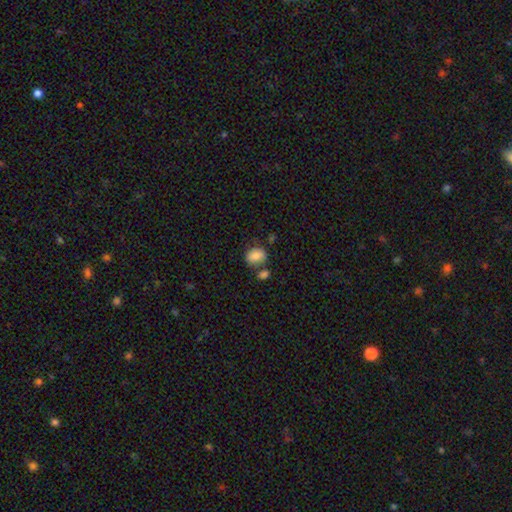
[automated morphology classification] smooth-or-featured: smooth: 82% | featured or disk: 9% | star or artifact: 9%
  how-rounded: in between: 62% | round: 37% | cigar-shaped: 1%
  merging: none: 61% | merger: 19% | minor disturbance: 16% | major disturbance: 4%